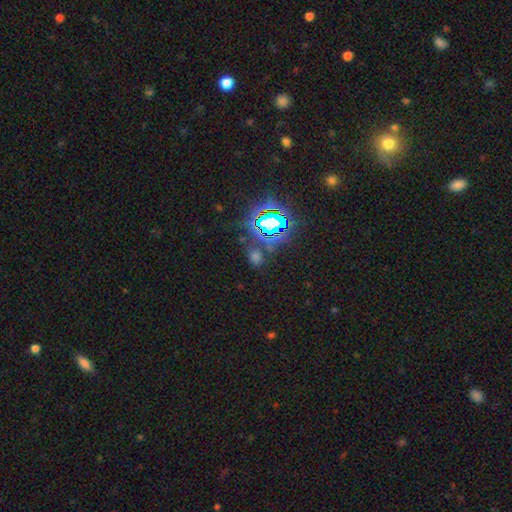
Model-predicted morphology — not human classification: A star or artifact, not a galaxy (62%).

Vote fractions:
- Smooth or featured? star or artifact: 62% / smooth: 30% / featured or disk: 8%